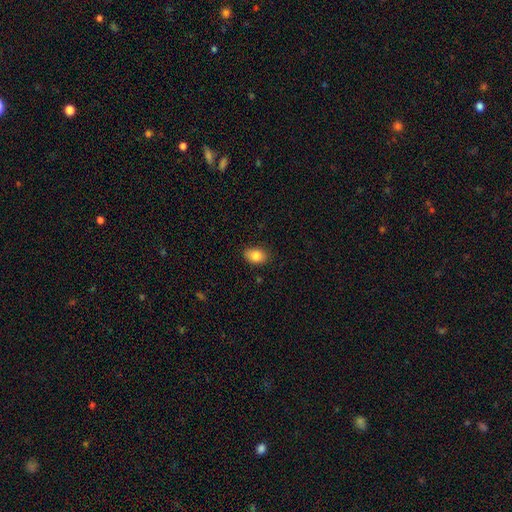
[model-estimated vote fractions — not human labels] The model was most divided on "how rounded": in between: 80%, round: 19%, cigar-shaped: 1%. More confident: merging — none (85%); smooth or featured — smooth (84%).